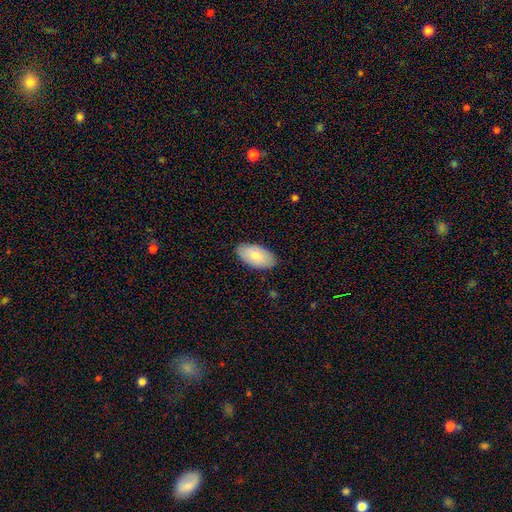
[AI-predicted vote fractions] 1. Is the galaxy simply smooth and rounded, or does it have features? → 82% smooth, 12% featured or disk, 5% star or artifact.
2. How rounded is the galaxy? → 96% in between, 2% cigar-shaped, 2% round.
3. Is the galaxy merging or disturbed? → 86% none, 11% minor disturbance, 2% major disturbance, 1% merger.